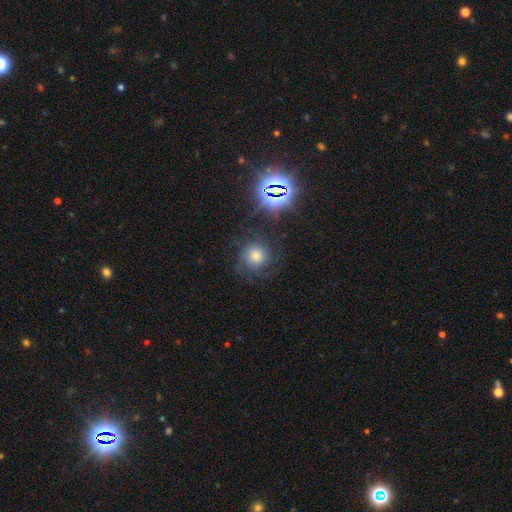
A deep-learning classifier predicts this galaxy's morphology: Smooth or featured? Predicted: smooth (p=0.40). Merging? Predicted: none (p=0.69).